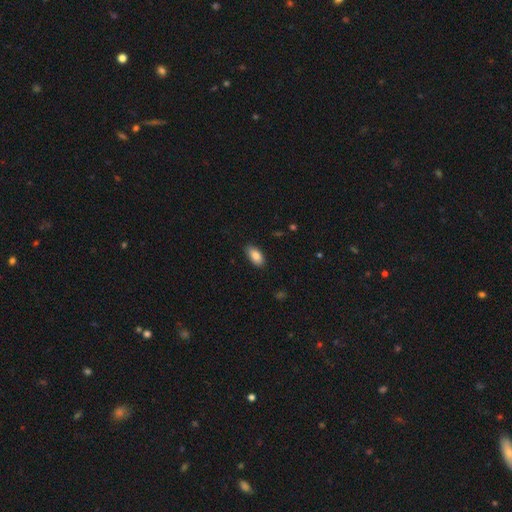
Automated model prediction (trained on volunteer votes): The model was most divided on "merging": none: 86%, minor disturbance: 11%, major disturbance: 2%, merger: 1%. More confident: how rounded — in between (93%); smooth or featured — smooth (84%).